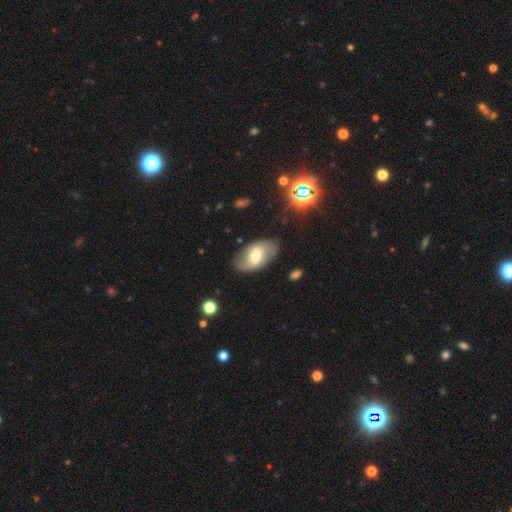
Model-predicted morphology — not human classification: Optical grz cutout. It shows a featured or disk galaxy (54%). Merging: none (75%).